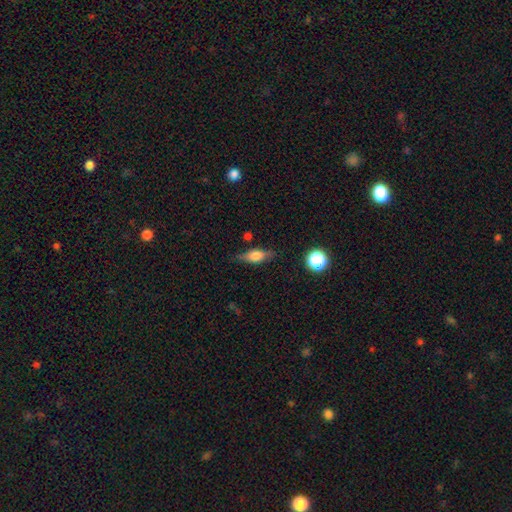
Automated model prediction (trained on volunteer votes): This appears to be a smooth galaxy with no disk features (52%) that is in between round and cigar-shaped (61%). Merging: none (76%).